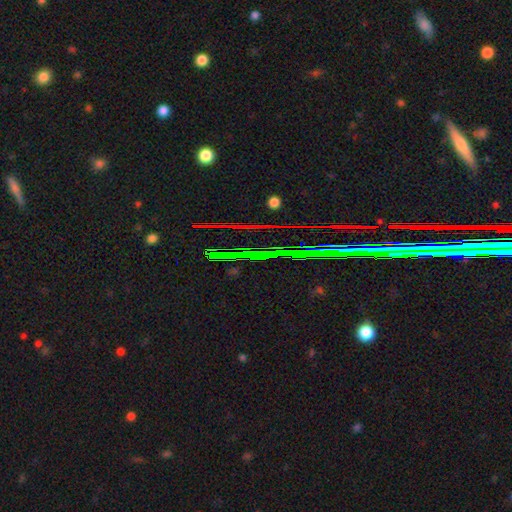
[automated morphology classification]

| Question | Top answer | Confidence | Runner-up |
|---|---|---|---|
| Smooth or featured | star or artifact | 82% | featured or disk (9%) |